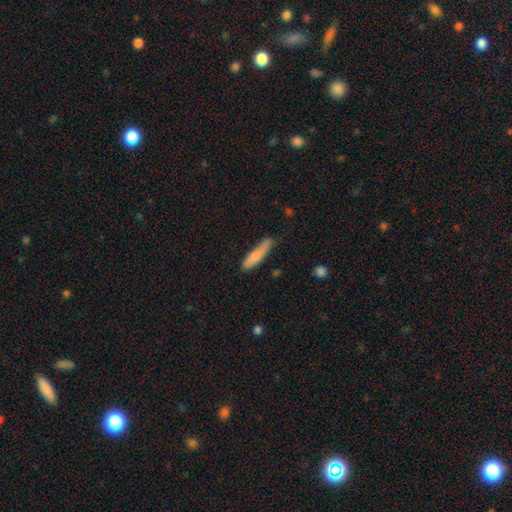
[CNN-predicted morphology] Smooth or featured? smooth (77%)
How rounded? cigar-shaped (80%)
Merging? none (65%)